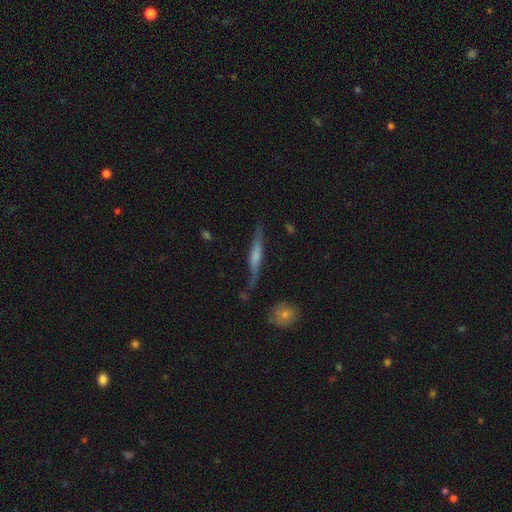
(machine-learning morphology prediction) Smooth or featured? Predicted: featured or disk (p=0.63). Edge-on disk? Predicted: yes (p=0.95). Edge-on bulge? Predicted: rounded (p=0.49). Merging? Predicted: none (p=0.77).